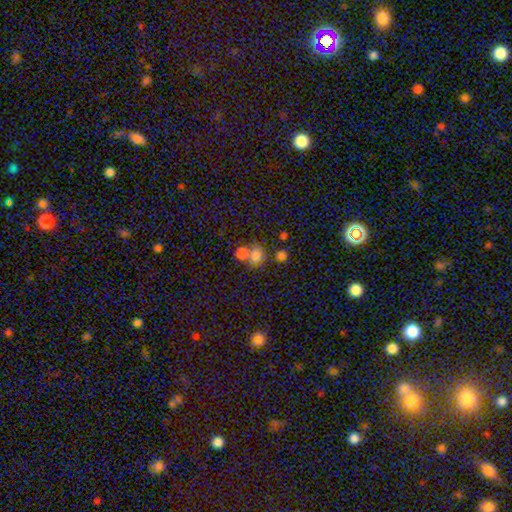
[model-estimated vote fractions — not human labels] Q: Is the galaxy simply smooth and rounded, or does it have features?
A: smooth — 73%.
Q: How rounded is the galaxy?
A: round — 69%.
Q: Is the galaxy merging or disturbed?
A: none — 48%.